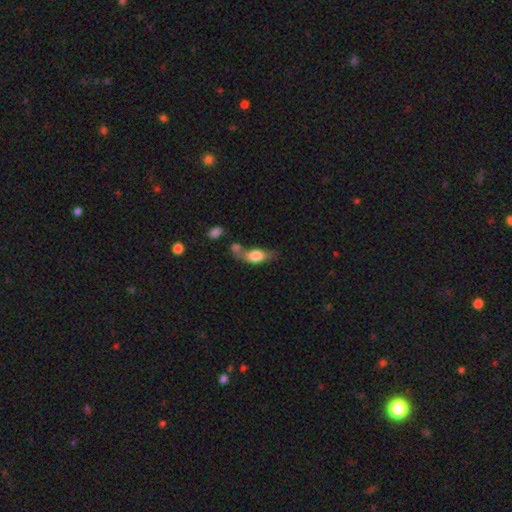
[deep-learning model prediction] Morphology: type=smooth (68%); roundness=in between (75%); merging=none (35%).